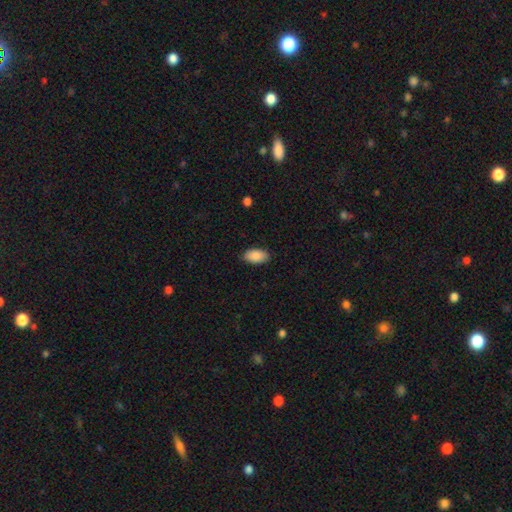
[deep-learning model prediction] Smooth or featured: smooth — 89% (star or artifact — 6%)
How rounded: in between — 95% (round — 3%)
Merging: none — 87% (minor disturbance — 10%)